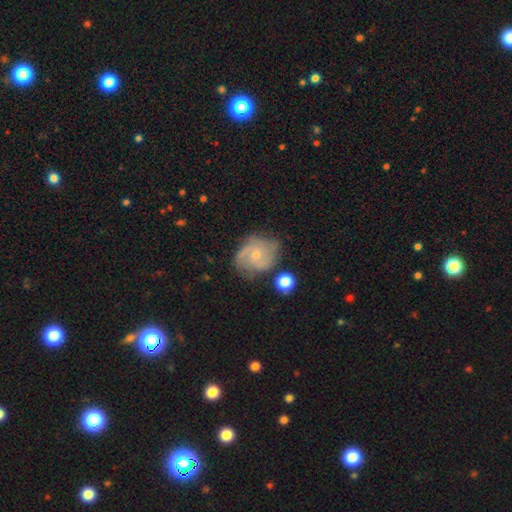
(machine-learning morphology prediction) Smooth or featured? featured or disk (72%)
Edge-on disk? no (98%)
Bar? no (70%)
Spiral arms? yes (92%)
Spiral winding? medium (45%)
Spiral arm count? 2 (48%)
Bulge size? small (64%)
Merging? none (63%)